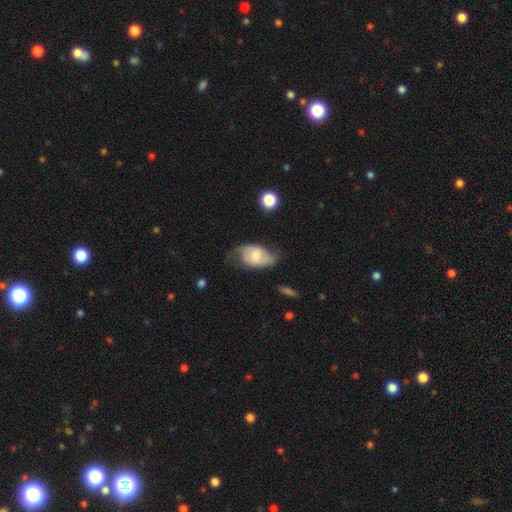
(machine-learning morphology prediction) Smooth or featured?
  - smooth: 54% *
  - featured or disk: 40%
  - star or artifact: 7%
How rounded?
  - in between: 89% *
  - round: 10%
  - cigar-shaped: 2%
Merging?
  - none: 44% *
  - minor disturbance: 36%
  - major disturbance: 17%
  - merger: 3%